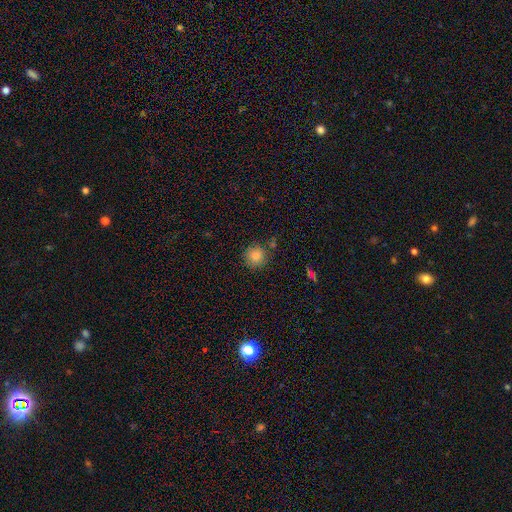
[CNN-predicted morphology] smooth-or-featured: smooth: 82% | star or artifact: 11% | featured or disk: 7%
  how-rounded: round: 92% | in between: 7% | cigar-shaped: 1%
  merging: none: 83% | minor disturbance: 10% | merger: 4% | major disturbance: 3%